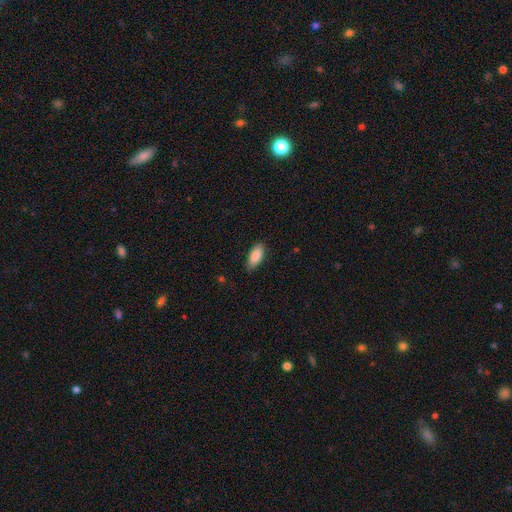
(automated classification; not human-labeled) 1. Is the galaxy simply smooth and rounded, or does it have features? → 88% smooth, 6% star or artifact, 6% featured or disk.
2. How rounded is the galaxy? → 85% in between, 13% cigar-shaped, 2% round.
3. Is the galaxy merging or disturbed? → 85% none, 12% minor disturbance, 2% major disturbance, 1% merger.